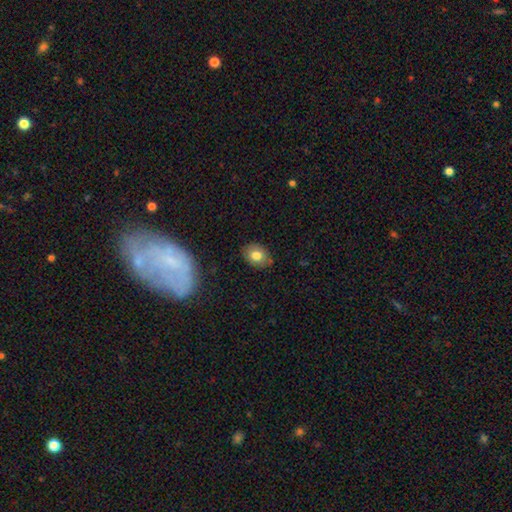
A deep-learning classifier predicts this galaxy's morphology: This appears to be a smooth galaxy with no disk features (78%) that is in between round and cigar-shaped (62%). Merging: none (84%).